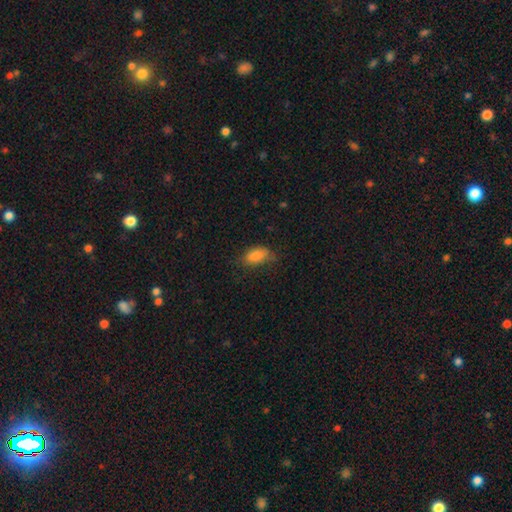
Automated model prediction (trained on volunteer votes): Smooth or featured: smooth — 83% (star or artifact — 9%)
How rounded: in between — 90% (round — 5%)
Merging: none — 62% (minor disturbance — 27%)